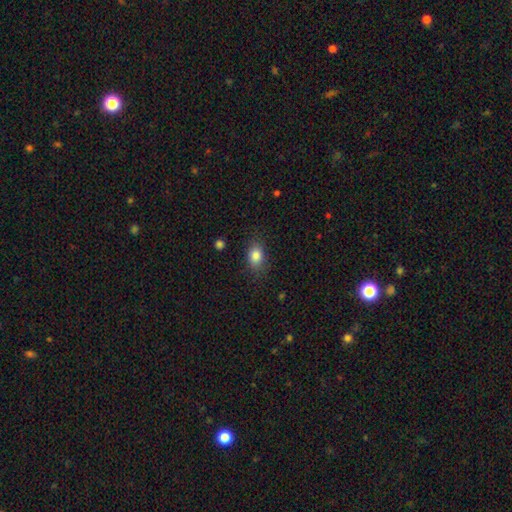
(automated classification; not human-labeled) smooth_or_featured: smooth (p=0.84) [alt: star or artifact p=0.10]
how_rounded: in between (p=0.69) [alt: round p=0.30]
merging: none (p=0.80) [alt: minor disturbance p=0.14]